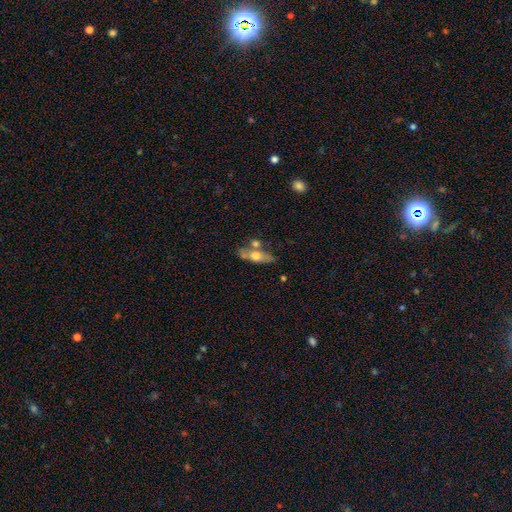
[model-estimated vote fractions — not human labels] Morphology: type=smooth (52%); roundness=in between (65%); merging=none (50%).